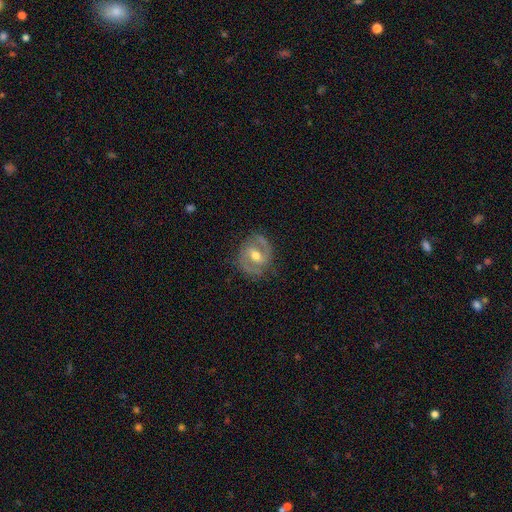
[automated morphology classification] This appears to be a featured or disk galaxy (77%) with a weak bar (46%), 2 (85%) medium (50%) spiral arms (82%) and a moderate central bulge (75%). Merging: none (76%).